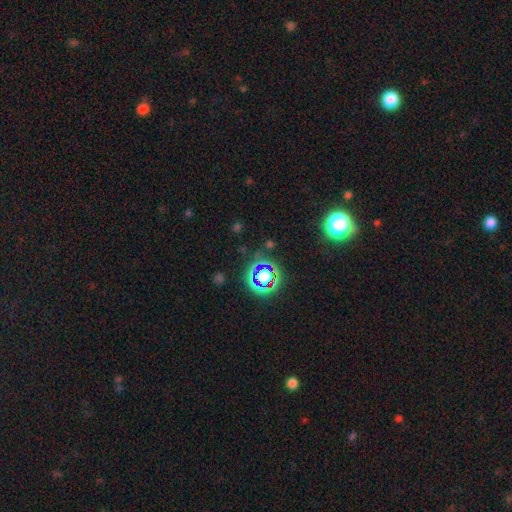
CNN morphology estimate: Q: Smooth or featured?
A: star or artifact (76%); runner-up: smooth (17%)